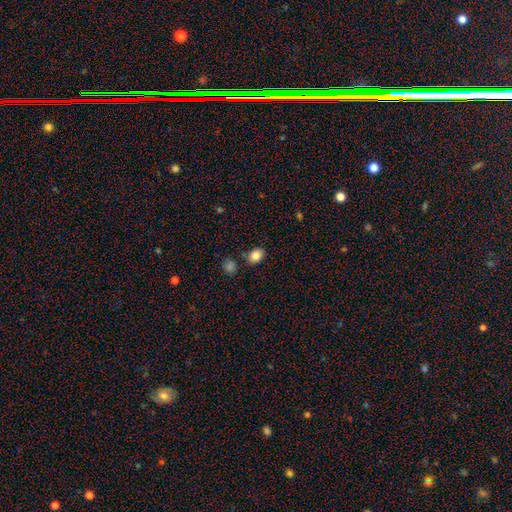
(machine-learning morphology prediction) A smooth galaxy with no disk features (84%) that is in between round and cigar-shaped (65%). Merging: none (83%).